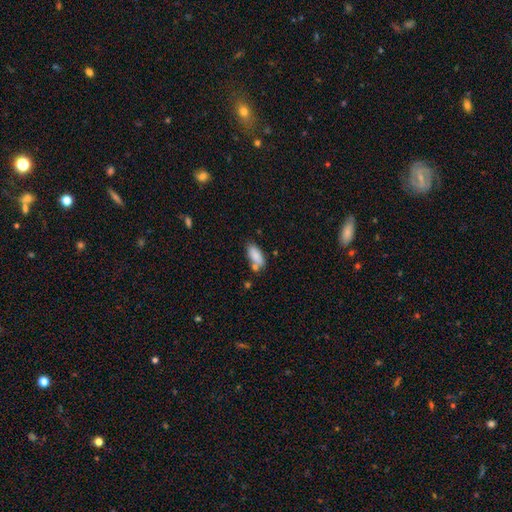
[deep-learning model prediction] Q: Smooth or featured?
A: smooth (85%); runner-up: featured or disk (8%)
Q: How rounded?
A: in between (84%); runner-up: cigar-shaped (14%)
Q: Merging?
A: none (60%); runner-up: minor disturbance (19%)